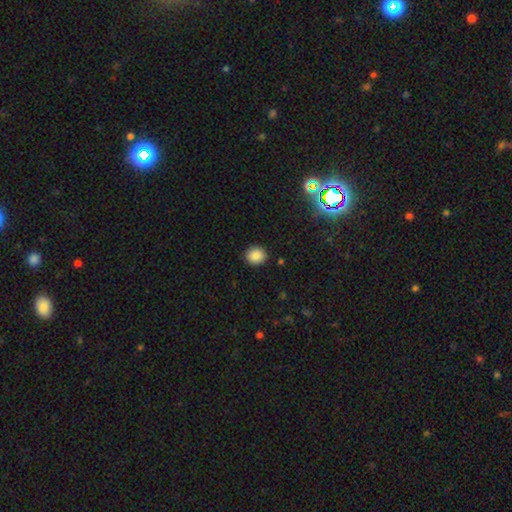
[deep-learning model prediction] A smooth galaxy with no disk features (87%) that is round (81%). Merging: none (91%).